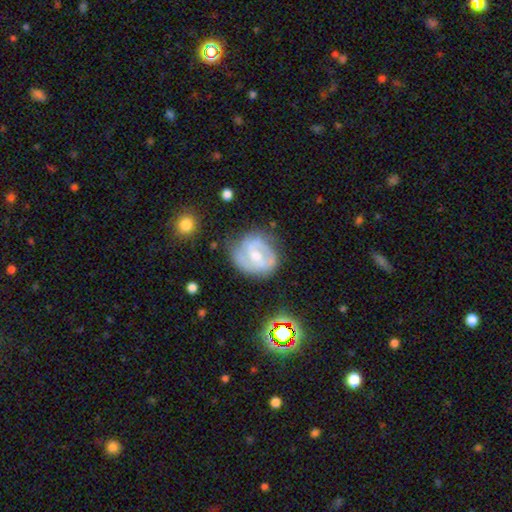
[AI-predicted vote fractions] A featured or disk galaxy (74%) with a weak bar (49%), 2 (68%) medium (42%, tied with tight) spiral arms (86%) and a moderate central bulge (52%). Merging: none (63%).